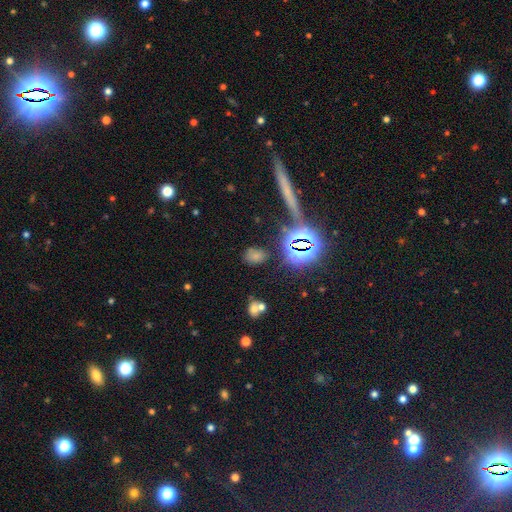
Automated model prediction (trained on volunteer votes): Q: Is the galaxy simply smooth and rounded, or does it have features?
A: smooth — 59%.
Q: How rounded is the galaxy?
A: in between — 63%.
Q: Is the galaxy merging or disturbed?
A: none — 75%.